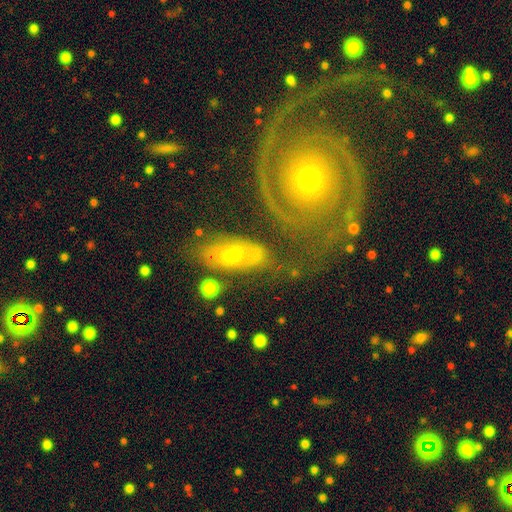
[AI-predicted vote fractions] Overall: featured or disk (54%; smooth 32%). Edge-on disk: no (89%). Merging: none (57%; minor disturbance 20%).